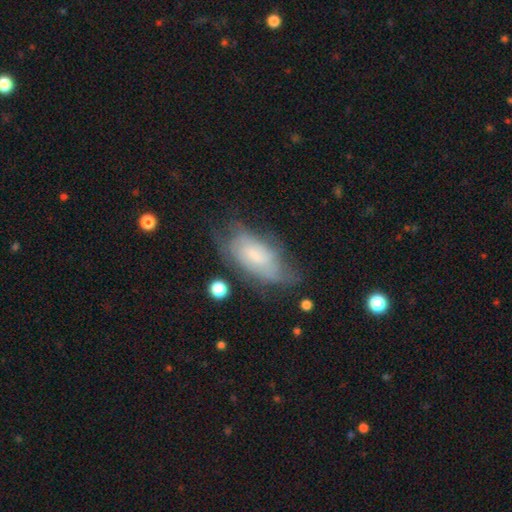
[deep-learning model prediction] This is possibly a featured or disk galaxy (51%). It is clearly not viewed edge-on (89%). Merging: possibly none (50%).